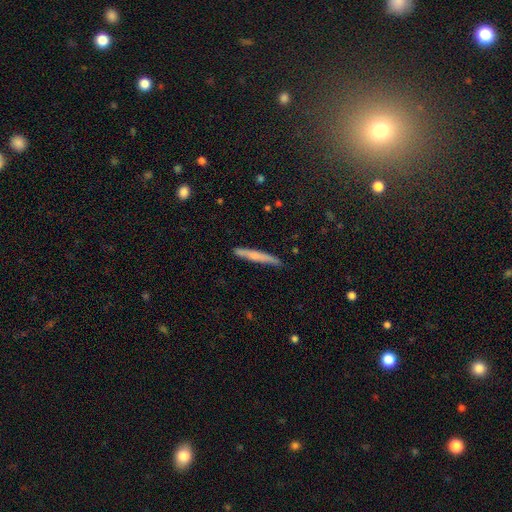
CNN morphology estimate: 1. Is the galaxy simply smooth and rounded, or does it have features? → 58% smooth, 36% featured or disk, 6% star or artifact.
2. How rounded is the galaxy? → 95% cigar-shaped, 3% in between, 1% round.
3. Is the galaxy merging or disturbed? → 81% none, 15% minor disturbance, 2% major disturbance, 2% merger.